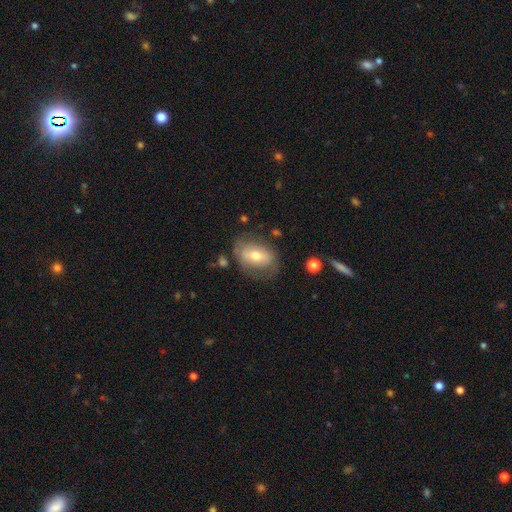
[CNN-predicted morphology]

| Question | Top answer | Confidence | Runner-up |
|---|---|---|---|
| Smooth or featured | smooth | 51% | featured or disk (42%) |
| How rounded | in between | 78% | round (20%) |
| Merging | none | 64% | minor disturbance (22%) |